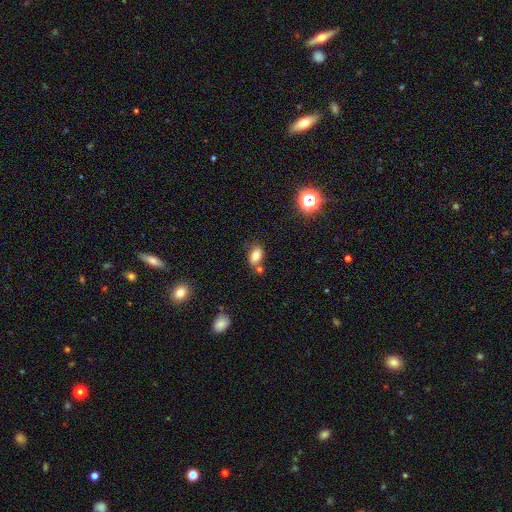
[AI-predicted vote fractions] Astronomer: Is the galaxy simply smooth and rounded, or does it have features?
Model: smooth — 78%.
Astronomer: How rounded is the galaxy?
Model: in between — 87%.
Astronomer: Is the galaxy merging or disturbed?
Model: none — 68%.